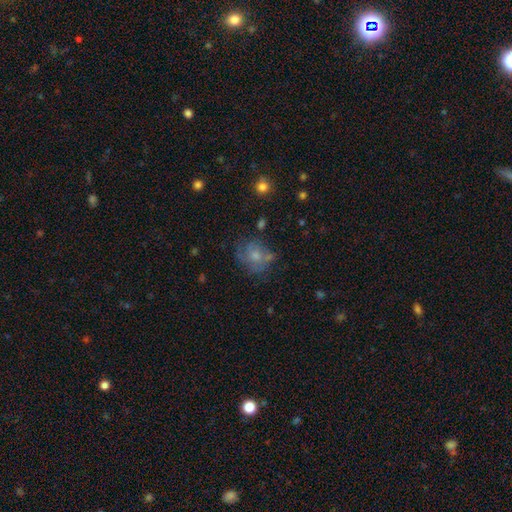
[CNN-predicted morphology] Overall: smooth (48%; featured or disk 40%). Merging: none (52%; minor disturbance 25%).